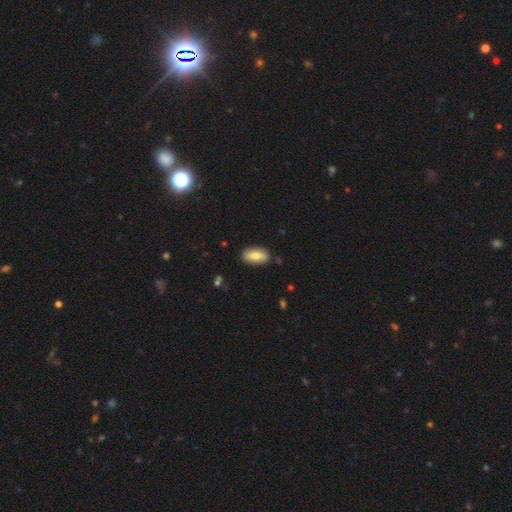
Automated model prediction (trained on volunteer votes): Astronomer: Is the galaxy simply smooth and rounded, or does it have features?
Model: smooth — 77%.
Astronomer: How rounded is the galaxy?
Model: in between — 88%.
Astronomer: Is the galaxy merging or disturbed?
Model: none — 86%.